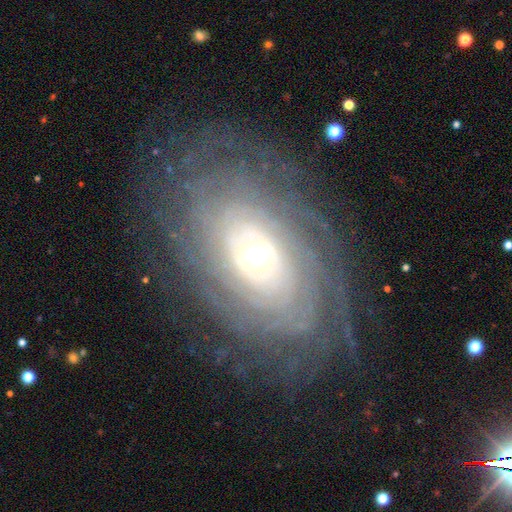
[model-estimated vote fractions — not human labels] A featured or disk galaxy (86%) with no bar (44%), tight (84%) spiral arms (94%) and a moderate central bulge (63%). Merging: none (80%).